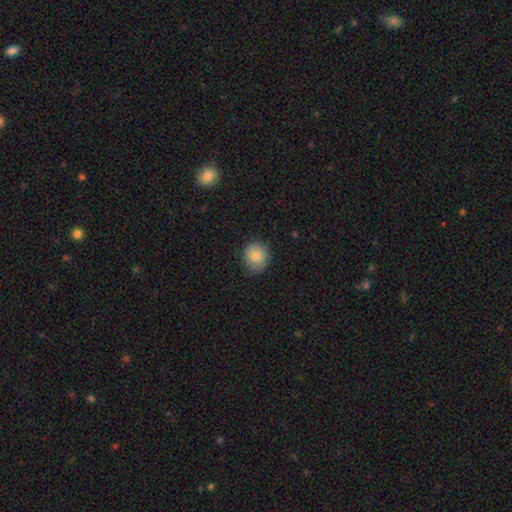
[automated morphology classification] Overall: smooth (81%). How rounded: round (83%). Merging: none (81%).